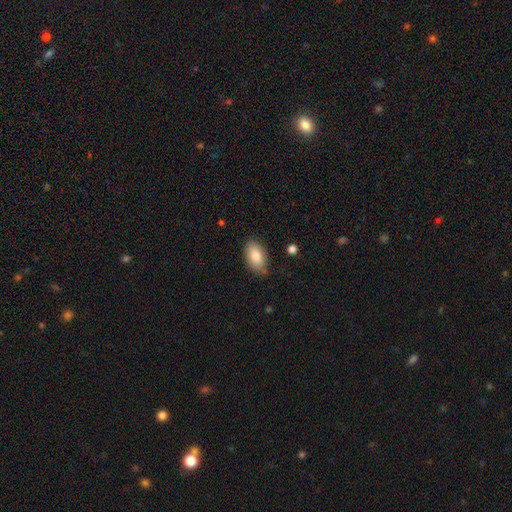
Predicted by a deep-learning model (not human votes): The model was most divided on "merging": none: 80%, minor disturbance: 15%, major disturbance: 3%, merger: 2%. More confident: how rounded — in between (93%); smooth or featured — smooth (82%).